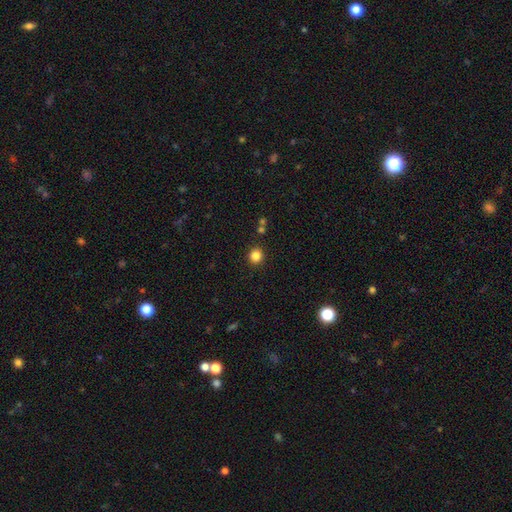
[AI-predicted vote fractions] Q: Smooth or featured?
A: smooth (84%); runner-up: star or artifact (12%)
Q: How rounded?
A: round (90%); runner-up: in between (9%)
Q: Merging?
A: none (89%); runner-up: minor disturbance (6%)